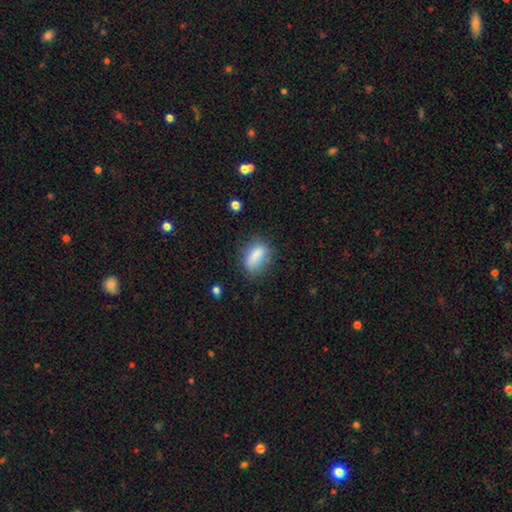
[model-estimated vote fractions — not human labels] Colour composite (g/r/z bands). It shows a smooth galaxy with no disk features (80%) that is in between round and cigar-shaped (76%). Merging: none (72%).